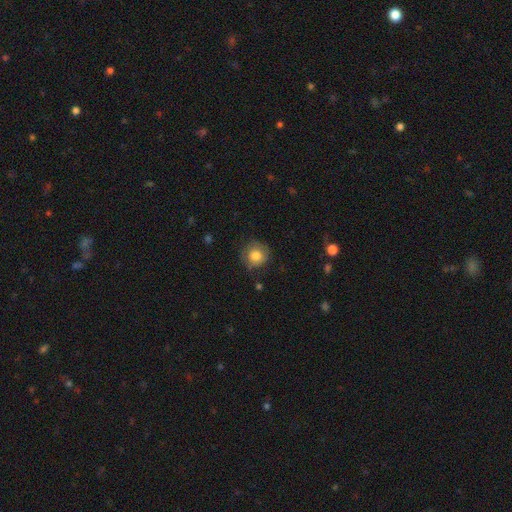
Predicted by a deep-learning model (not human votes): Overall: smooth (79%). How rounded: round (91%). Merging: none (76%).